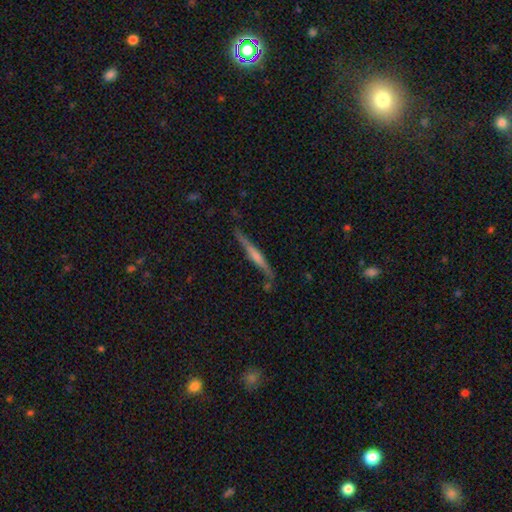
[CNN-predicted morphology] Smooth or featured? Predicted: featured or disk (p=0.63). Edge-on disk? Predicted: yes (p=0.97). Edge-on bulge? Predicted: rounded (p=0.47). Merging? Predicted: none (p=0.79).